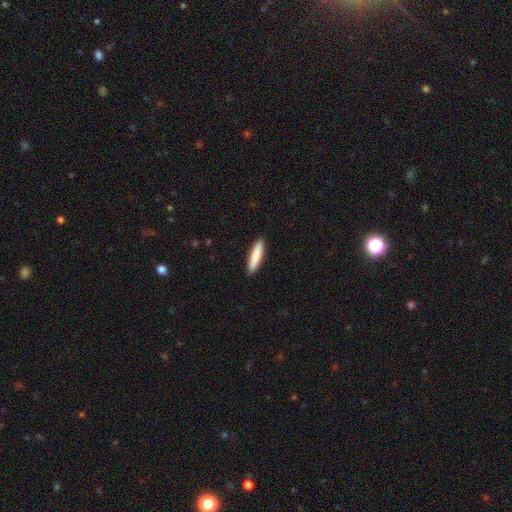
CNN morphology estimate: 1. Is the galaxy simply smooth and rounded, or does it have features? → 86% smooth, 9% featured or disk, 5% star or artifact.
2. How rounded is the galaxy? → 84% cigar-shaped, 15% in between, 1% round.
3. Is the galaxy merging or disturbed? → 91% none, 7% minor disturbance, 1% major disturbance, 1% merger.